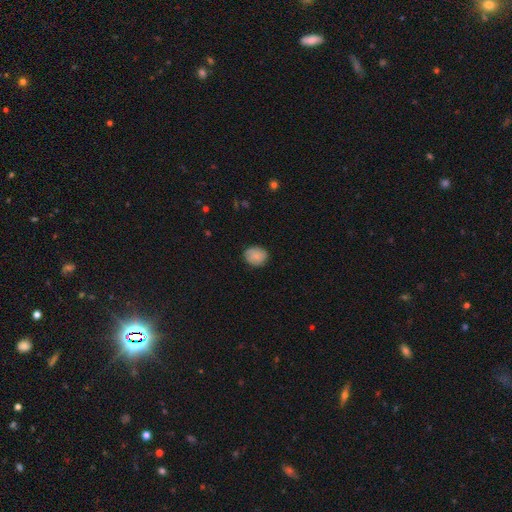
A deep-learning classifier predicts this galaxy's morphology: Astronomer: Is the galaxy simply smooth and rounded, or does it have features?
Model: smooth — 79%.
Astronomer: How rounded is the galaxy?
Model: round — 62% (runner-up: in between, 37%).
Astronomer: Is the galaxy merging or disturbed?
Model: none — 79%.